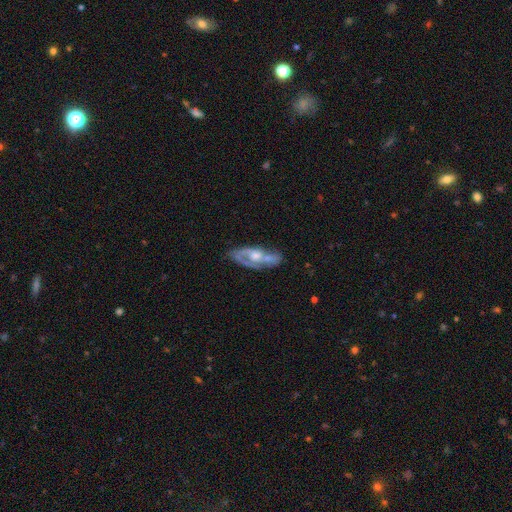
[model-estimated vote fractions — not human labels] Smooth or featured? featured or disk (76%)
Edge-on disk? no (86%)
Bar? no (65%)
Spiral arms? yes (77%)
Spiral winding? medium (45%)
Spiral arm count? 2 (59%)
Bulge size? moderate (58%)
Merging? none (60%)